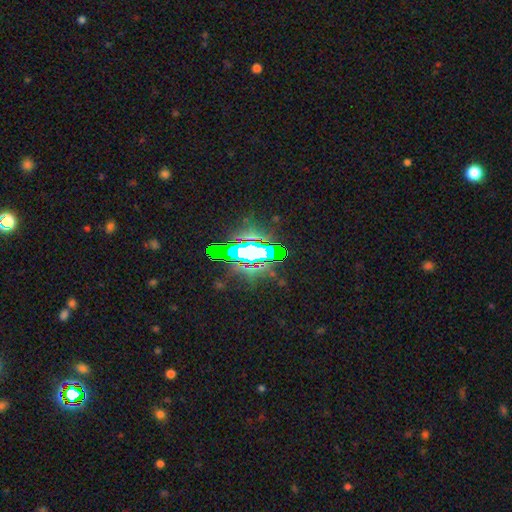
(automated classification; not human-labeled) Smooth or featured? star or artifact (61%)